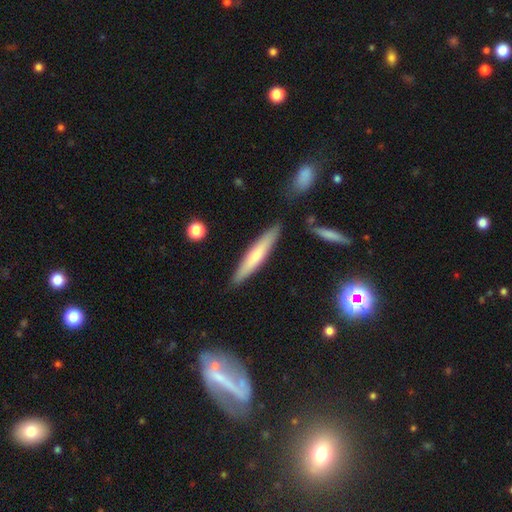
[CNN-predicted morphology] smooth_or_featured: smooth (p=0.62) [alt: featured or disk p=0.32]
how_rounded: cigar-shaped (p=0.89) [alt: in between p=0.09]
merging: none (p=0.87) [alt: minor disturbance p=0.09]